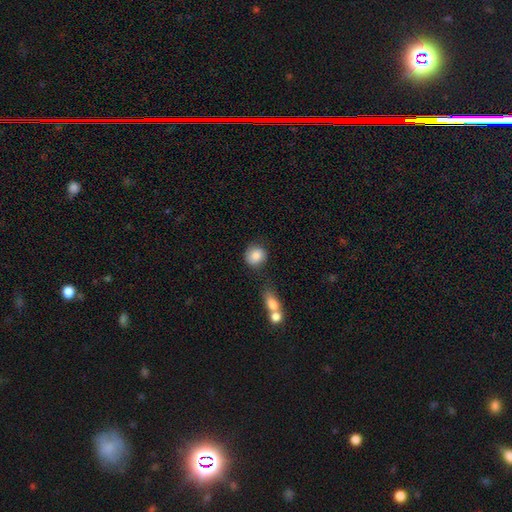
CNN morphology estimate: A smooth galaxy with no disk features (85%) that is round (83%).

Vote fractions:
- Smooth or featured? smooth: 85% / star or artifact: 8% / featured or disk: 8%
- How rounded? round: 83% / in between: 16% / cigar-shaped: 1%
- Merging? none: 74% / minor disturbance: 14% / merger: 8% / major disturbance: 5%